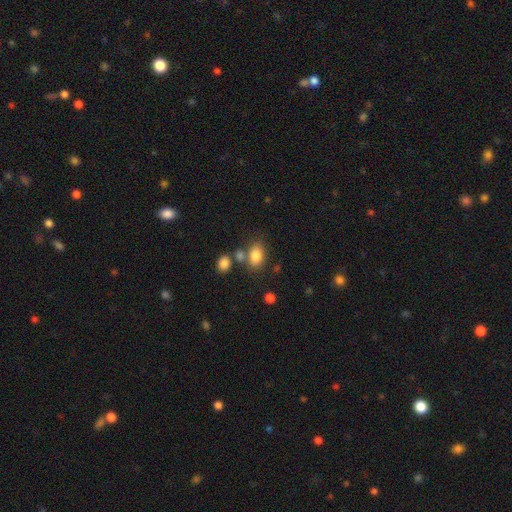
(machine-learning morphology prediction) A smooth galaxy with no disk features (83%) that is in between round and cigar-shaped (80%). Merging: none (61%).